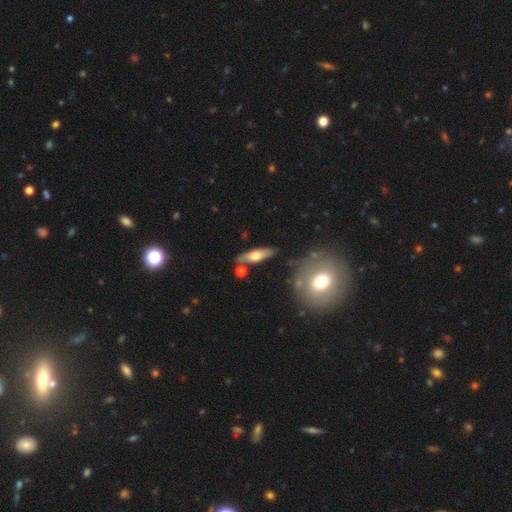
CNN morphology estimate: Smooth or featured? Predicted: smooth (p=0.55). How rounded? Predicted: cigar-shaped (p=0.55). Merging? Predicted: none (p=0.77).